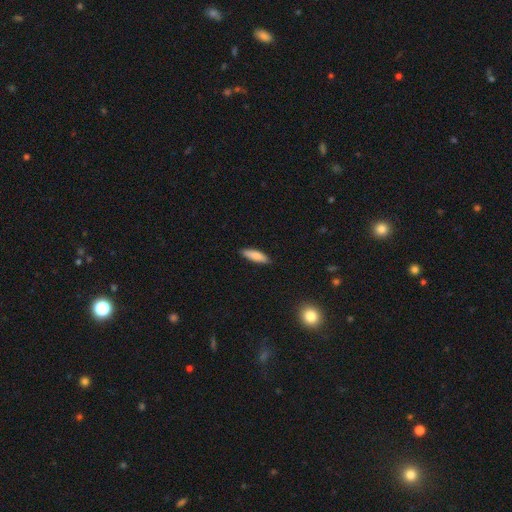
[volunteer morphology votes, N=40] smooth_or_featured: smooth (p=0.88) [alt: featured or disk p=0.10]
how_rounded: in between (p=0.60) [alt: cigar-shaped p=0.37]
merging: none (p=0.92) [alt: minor disturbance p=0.05]